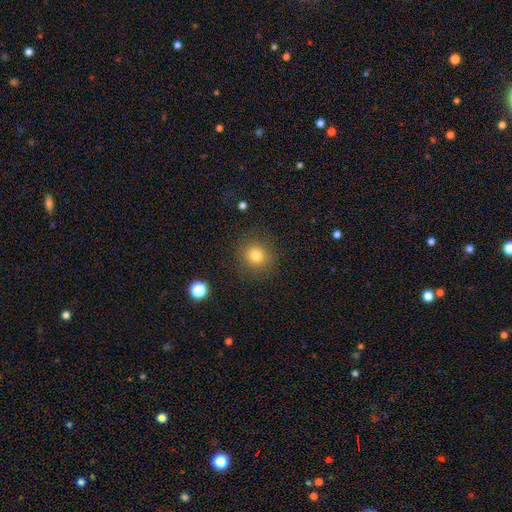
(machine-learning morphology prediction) The model was most divided on "smooth or featured": smooth: 79%, star or artifact: 13%, featured or disk: 7%. More confident: how rounded — round (91%); merging — none (88%).